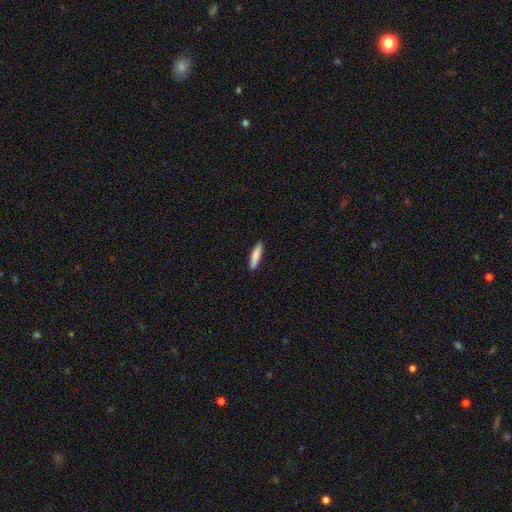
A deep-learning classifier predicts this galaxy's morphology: Smooth or featured?
  - smooth: 87% *
  - featured or disk: 8%
  - star or artifact: 5%
How rounded?
  - cigar-shaped: 75% *
  - in between: 23%
  - round: 1%
Merging?
  - none: 91% *
  - minor disturbance: 6%
  - major disturbance: 1%
  - merger: 1%